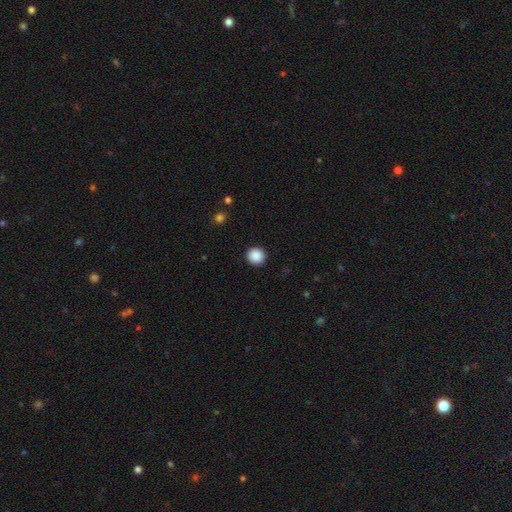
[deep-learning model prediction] Smooth or featured? Predicted: smooth (p=0.89). How rounded? Predicted: round (p=0.93). Merging? Predicted: none (p=0.93).